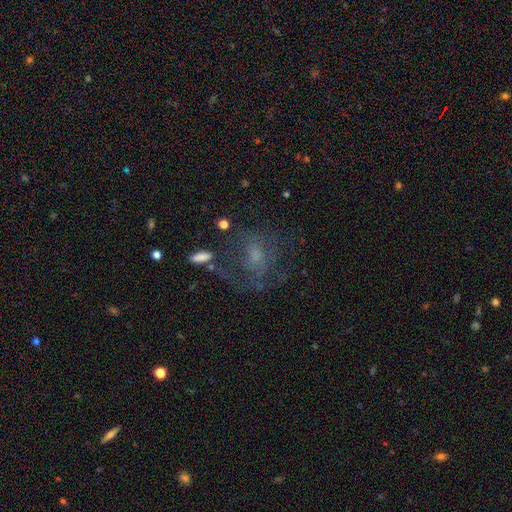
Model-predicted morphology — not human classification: A featured or disk galaxy (53%) with no bar (66%), spiral arms (59%) and a small central bulge (41%). Merging: none (48%).